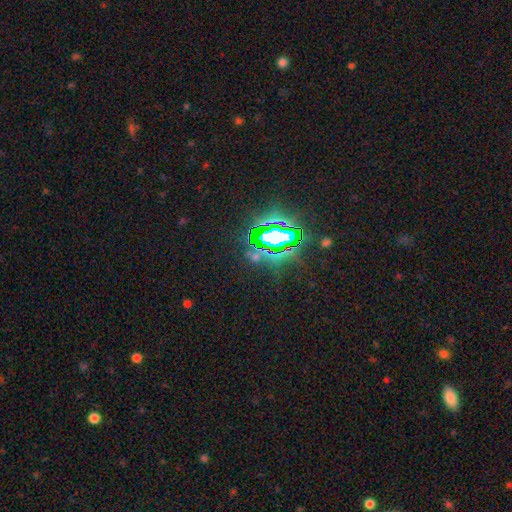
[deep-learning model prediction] A star or artifact, not a galaxy (73%).